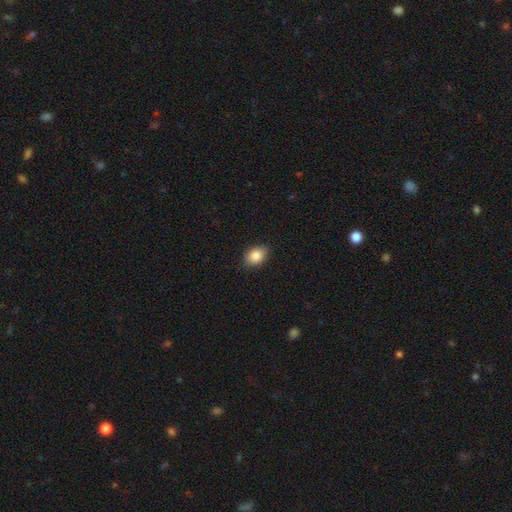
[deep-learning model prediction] Smooth or featured? smooth (86%)
How rounded? in between (79%)
Merging? none (86%)